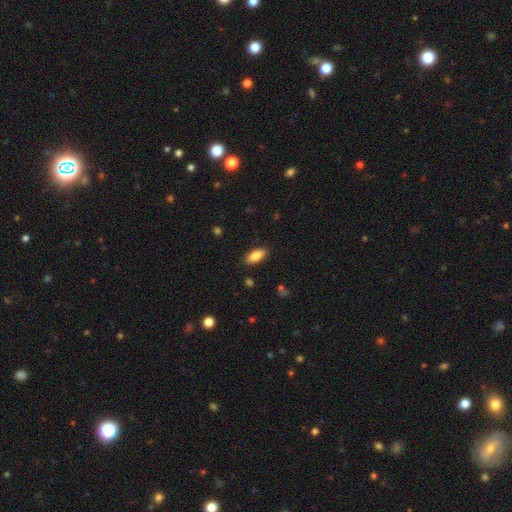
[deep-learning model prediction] smooth_or_featured: smooth (p=0.83) [alt: featured or disk p=0.10]
how_rounded: in between (p=0.84) [alt: cigar-shaped p=0.14]
merging: none (p=0.88) [alt: minor disturbance p=0.09]